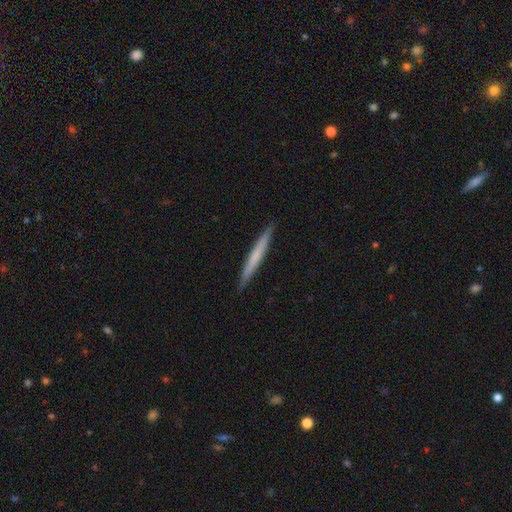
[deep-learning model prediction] The model was most divided on "smooth or featured": smooth: 57%, featured or disk: 38%, star or artifact: 5%. More confident: how rounded — cigar-shaped (97%); merging — none (92%).